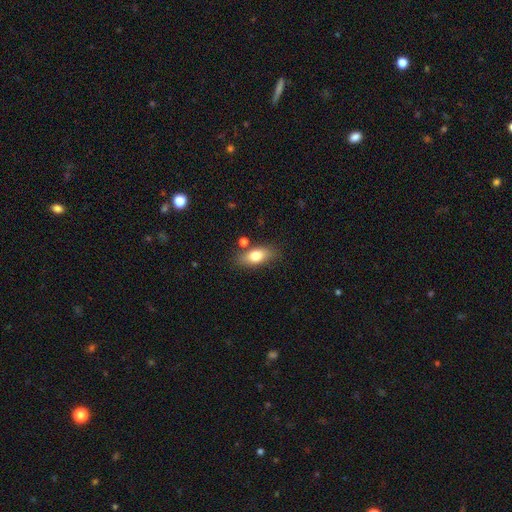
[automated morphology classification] Smooth or featured? Predicted: smooth (p=0.75). How rounded? Predicted: in between (p=0.82). Merging? Predicted: none (p=0.76).